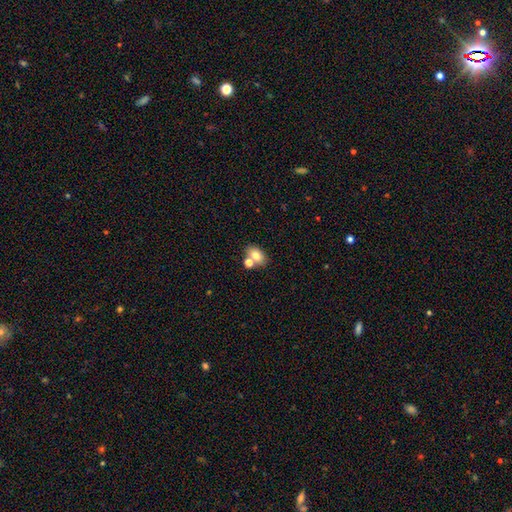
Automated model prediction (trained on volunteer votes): The model was most divided on "merging": none: 57%, merger: 29%, minor disturbance: 11%, major disturbance: 3%. More confident: how rounded — in between (79%); smooth or featured — smooth (75%).